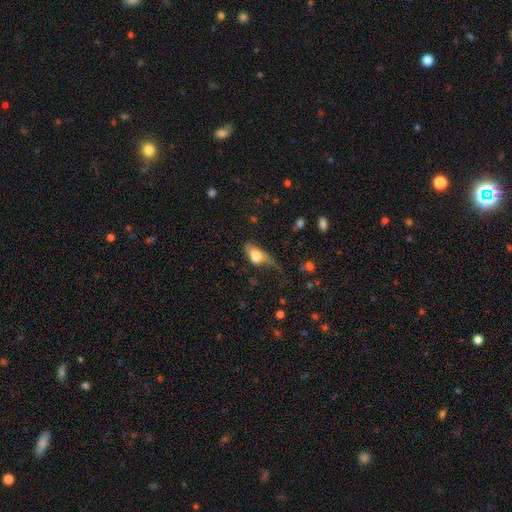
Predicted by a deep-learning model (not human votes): Overall: smooth (67%). How rounded: in between (83%). Merging: major disturbance (48%; minor disturbance 26%).